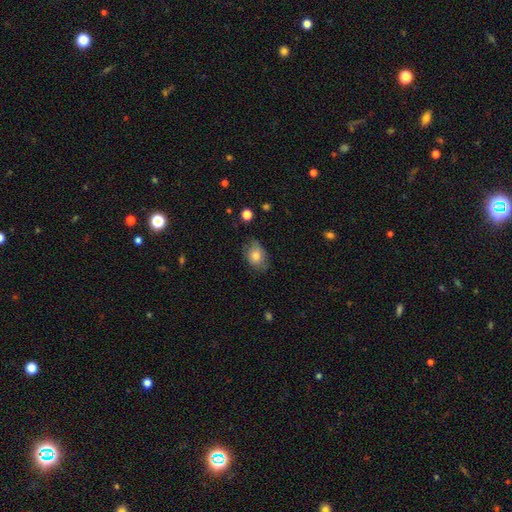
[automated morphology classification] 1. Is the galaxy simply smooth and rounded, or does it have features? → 75% smooth, 16% featured or disk, 8% star or artifact.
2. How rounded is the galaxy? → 75% in between, 24% round, 1% cigar-shaped.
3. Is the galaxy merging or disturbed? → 63% none, 28% minor disturbance, 7% major disturbance, 2% merger.